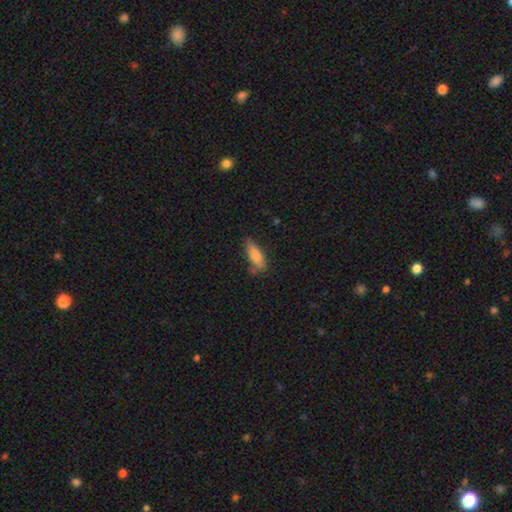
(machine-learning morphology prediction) This is clearly a smooth galaxy (84%). How rounded: likely in between (62%). Merging: likely none (66%).